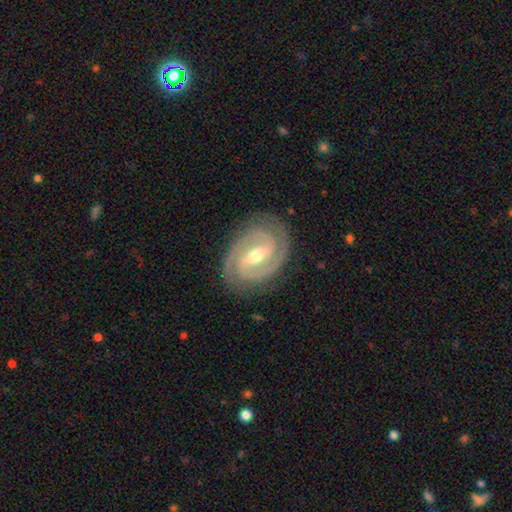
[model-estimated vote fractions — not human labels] This appears to be a featured or disk galaxy (92%) with a strong bar (50%), 2 (89%) tight (68%) spiral arms (98%) and a moderate central bulge (64%). Merging: none (85%).